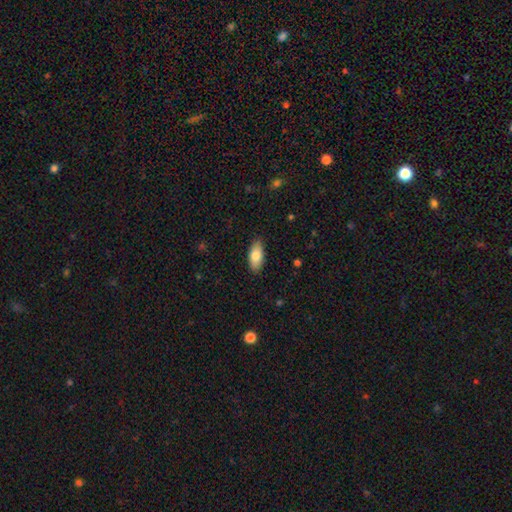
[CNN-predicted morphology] A smooth galaxy with no disk features (80%) that is in between round and cigar-shaped (87%). Merging: none (87%).